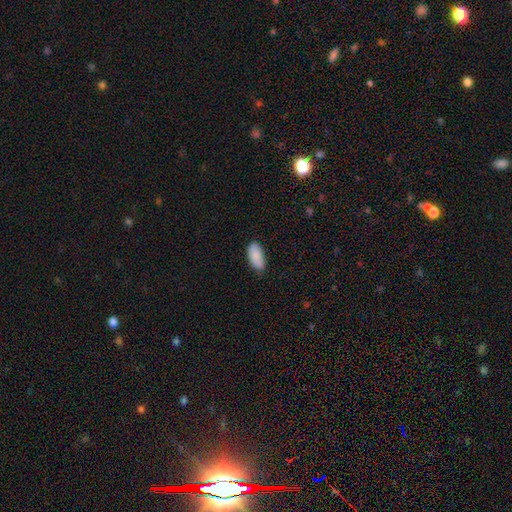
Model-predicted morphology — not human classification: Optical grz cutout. It shows a smooth galaxy with no disk features (89%) that is in between round and cigar-shaped (92%). Merging: none (76%).